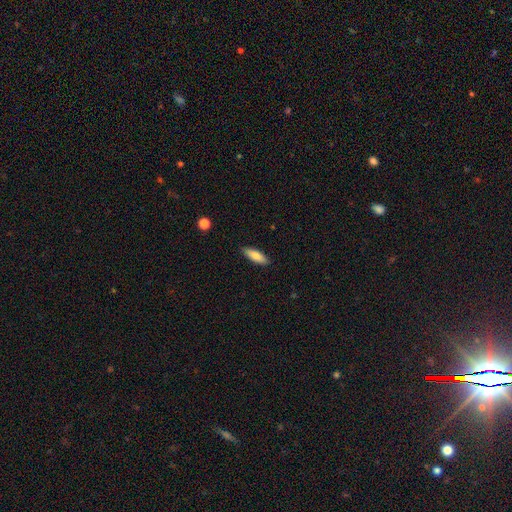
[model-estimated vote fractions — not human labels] smooth_or_featured: smooth (p=0.81) [alt: featured or disk p=0.13]
how_rounded: in between (p=0.56) [alt: cigar-shaped p=0.42]
merging: none (p=0.87) [alt: minor disturbance p=0.10]